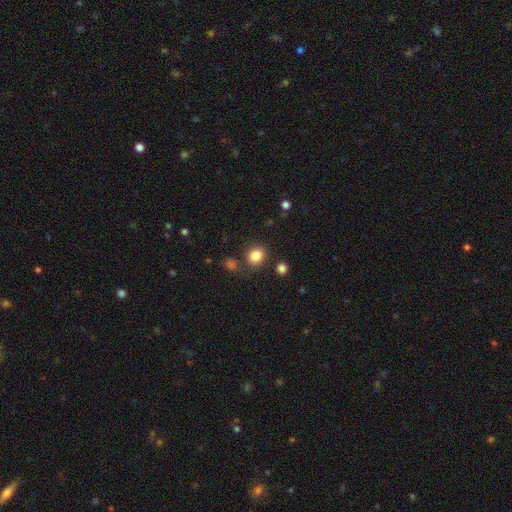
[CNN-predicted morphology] Overall: smooth (84%). How rounded: round (78%). Merging: none (80%).